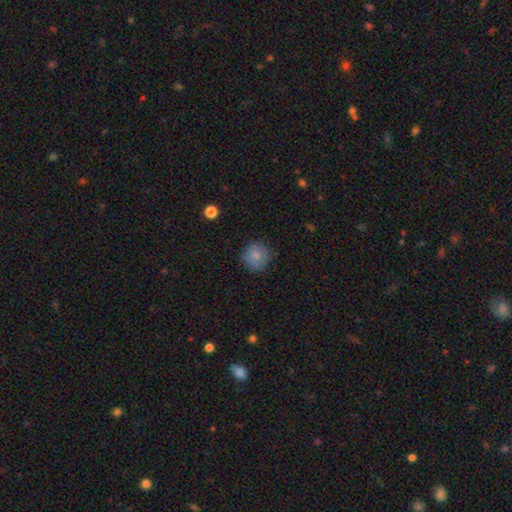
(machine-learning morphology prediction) smooth_or_featured: smooth (p=0.82) [alt: star or artifact p=0.09]
how_rounded: round (p=0.92) [alt: in between p=0.07]
merging: none (p=0.81) [alt: minor disturbance p=0.14]